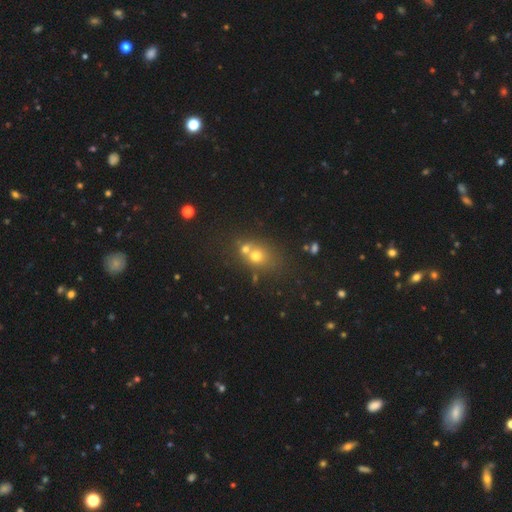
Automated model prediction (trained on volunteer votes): Morphology: type=smooth (64%); roundness=round (63%); merging=merger (45%).